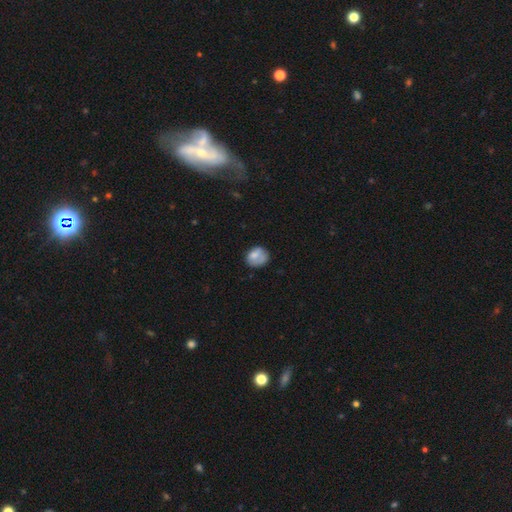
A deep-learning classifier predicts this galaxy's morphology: Overall: smooth (73%). How rounded: round (58%; in between 41%). Merging: none (54%; minor disturbance 29%).